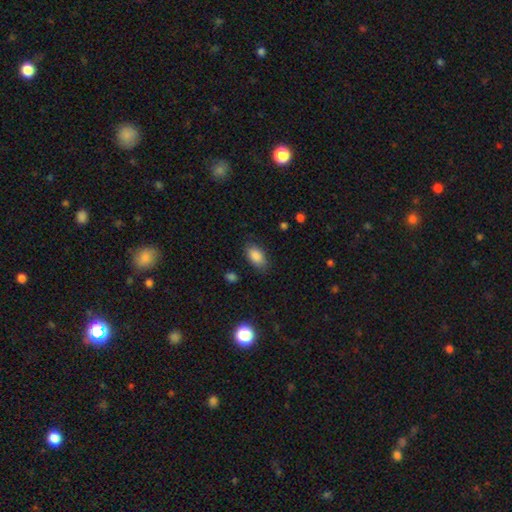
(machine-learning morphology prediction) type=smooth (87%); roundness=in between (91%); merging=none (81%).